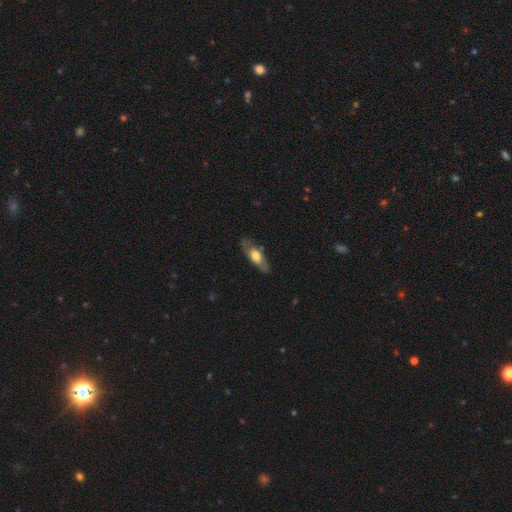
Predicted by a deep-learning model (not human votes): smooth-or-featured: smooth: 53% | featured or disk: 41% | star or artifact: 6%
  how-rounded: in between: 59% | cigar-shaped: 38% | round: 3%
  merging: none: 76% | minor disturbance: 18% | major disturbance: 5% | merger: 1%